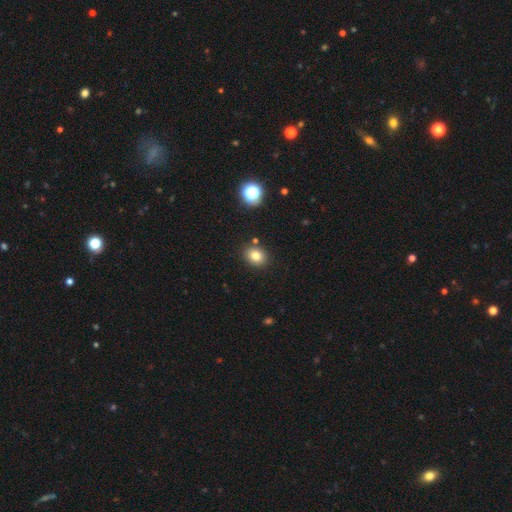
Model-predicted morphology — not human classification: smooth 80%, star or artifact 13%, featured or disk 8%. Down the decision tree: how rounded — round (54%); merging — none (85%).